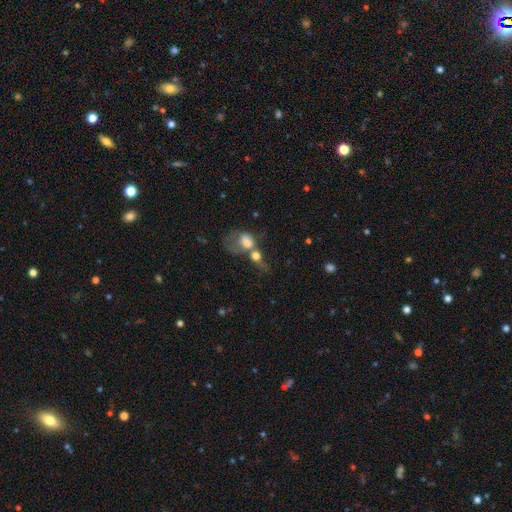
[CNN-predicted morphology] smooth_or_featured: smooth (p=0.61) [alt: featured or disk p=0.27]
how_rounded: in between (p=0.56) [alt: round p=0.42]
merging: merger (p=0.64) [alt: major disturbance p=0.18]